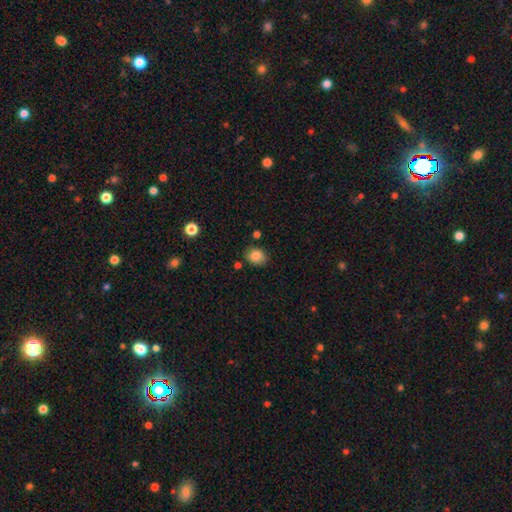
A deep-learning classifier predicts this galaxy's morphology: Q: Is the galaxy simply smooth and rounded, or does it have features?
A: smooth — 85%.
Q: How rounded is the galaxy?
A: in between — 52%.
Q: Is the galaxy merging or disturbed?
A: none — 78%.